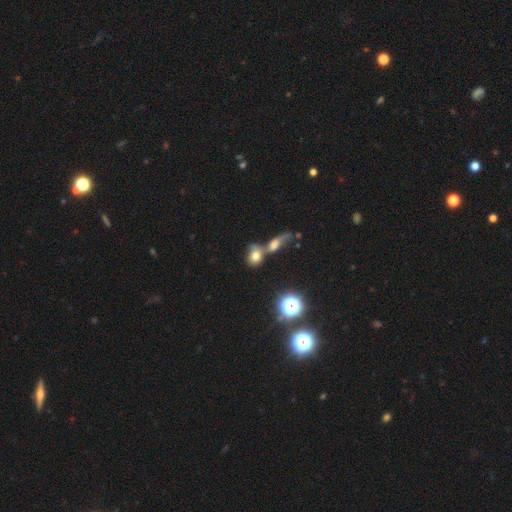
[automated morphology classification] smooth-or-featured: smooth: 68% | featured or disk: 17% | star or artifact: 16%
  how-rounded: round: 52% | in between: 45% | cigar-shaped: 3%
  merging: merger: 53% | none: 31% | minor disturbance: 9% | major disturbance: 7%